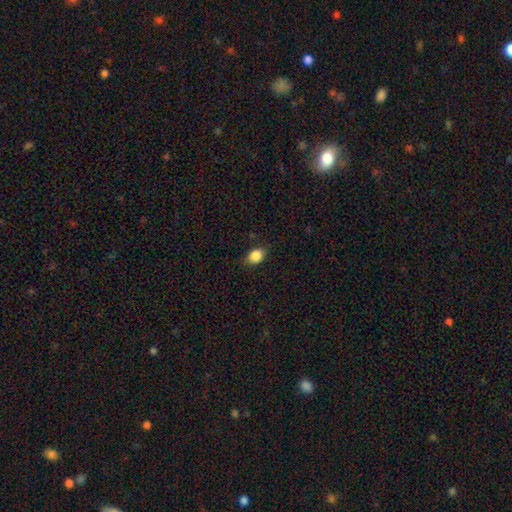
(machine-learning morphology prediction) smooth 87%, star or artifact 9%, featured or disk 4%. Down the decision tree: how rounded — in between (69%); merging — none (82%).